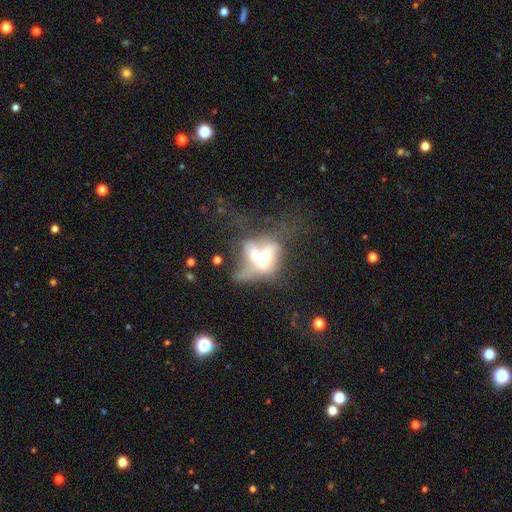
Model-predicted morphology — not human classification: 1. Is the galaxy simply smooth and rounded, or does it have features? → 48% smooth, 41% featured or disk, 11% star or artifact.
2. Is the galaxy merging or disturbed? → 71% merger, 14% major disturbance, 10% none, 6% minor disturbance.